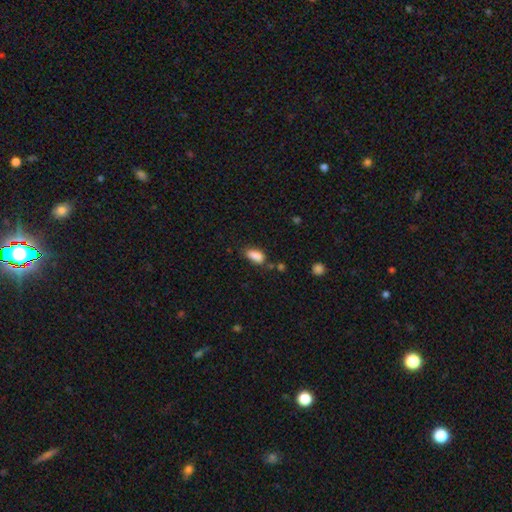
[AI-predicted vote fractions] Smooth or featured? smooth (87%)
How rounded? in between (88%)
Merging? none (66%)